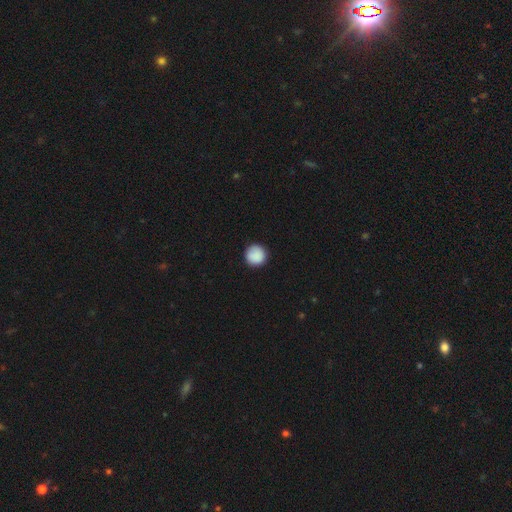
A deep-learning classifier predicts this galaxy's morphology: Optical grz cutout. It shows a smooth galaxy with no disk features (89%) that is round (96%). Merging: none (91%).